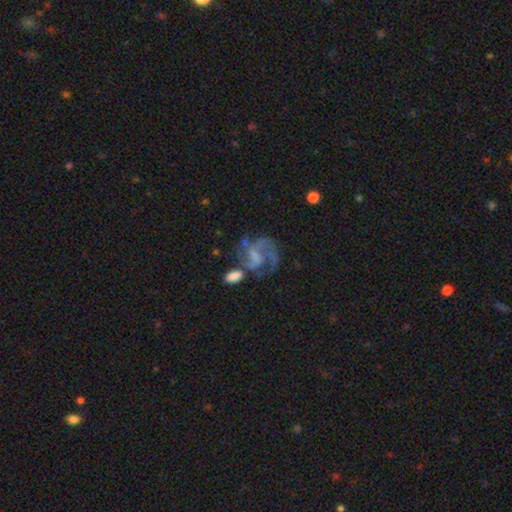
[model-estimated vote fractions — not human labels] Q: Smooth or featured?
A: featured or disk (79%); runner-up: smooth (13%)
Q: Edge-on disk?
A: no (98%); runner-up: yes (2%)
Q: Bar?
A: no (44%); runner-up: weak (43%)
Q: Spiral arms?
A: yes (89%); runner-up: no (11%)
Q: Spiral winding?
A: medium (49%); runner-up: loose (30%)
Q: Spiral arm count?
A: 2 (44%); runner-up: 3 (21%)
Q: Bulge size?
A: none (37%); runner-up: small (34%)
Q: Merging?
A: none (40%); runner-up: major disturbance (28%)